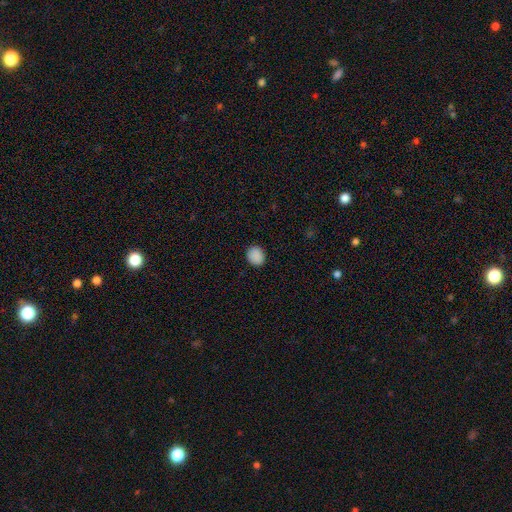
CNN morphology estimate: A smooth galaxy with no disk features (89%) that is round (67%). Merging: none (90%).